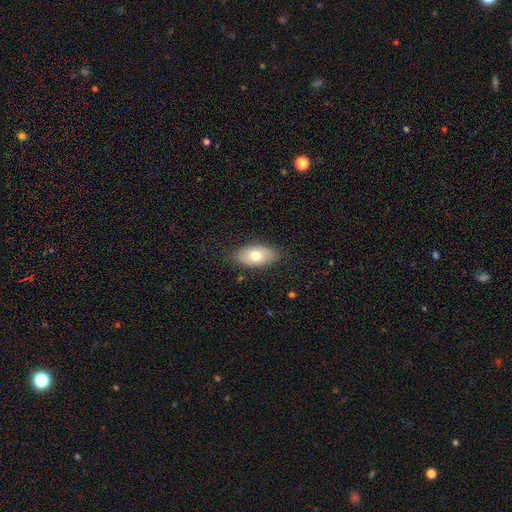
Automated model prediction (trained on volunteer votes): smooth-or-featured: smooth: 71% | featured or disk: 22% | star or artifact: 7%
  how-rounded: in between: 92% | round: 5% | cigar-shaped: 3%
  merging: none: 83% | minor disturbance: 13% | major disturbance: 3% | merger: 1%